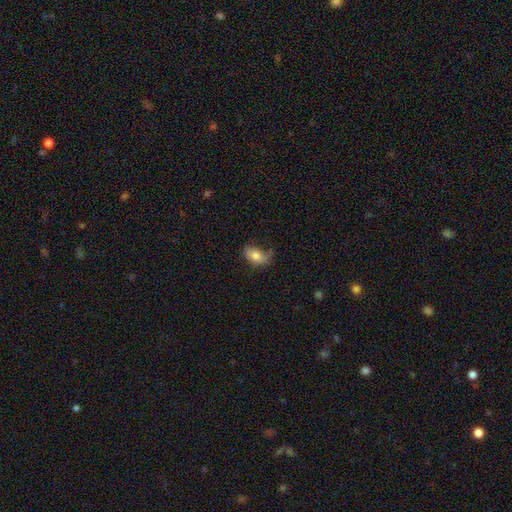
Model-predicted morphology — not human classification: A smooth galaxy with no disk features (74%) that is in between round and cigar-shaped (89%).

Vote fractions:
- Smooth or featured? smooth: 74% / featured or disk: 18% / star or artifact: 8%
- How rounded? in between: 89% / round: 9% / cigar-shaped: 2%
- Merging? none: 49% / minor disturbance: 32% / major disturbance: 16% / merger: 3%